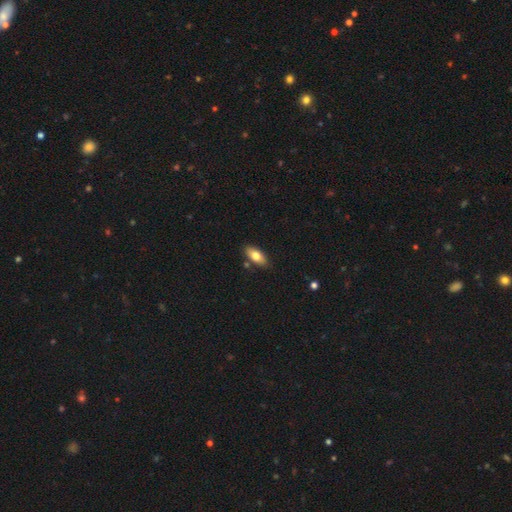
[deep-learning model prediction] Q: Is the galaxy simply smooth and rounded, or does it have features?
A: smooth — 75%.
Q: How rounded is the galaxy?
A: in between — 87%.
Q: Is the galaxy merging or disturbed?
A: none — 82%.